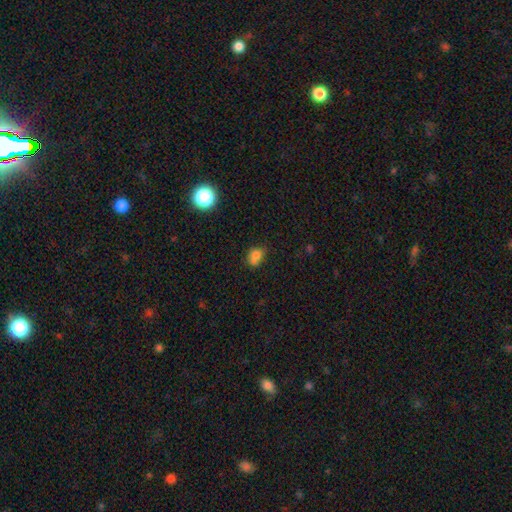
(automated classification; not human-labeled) Smooth or featured? smooth (77%)
How rounded? in between (58%)
Merging? none (54%)